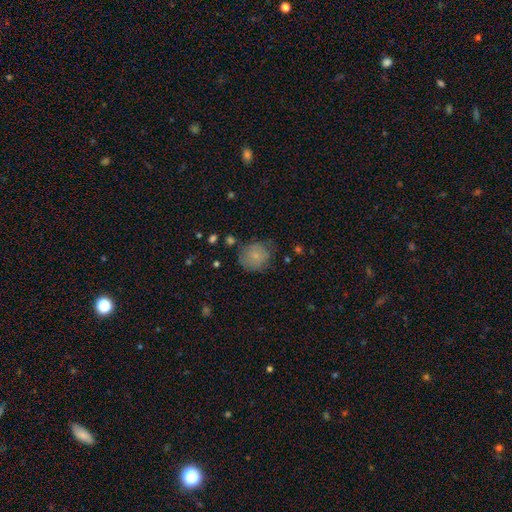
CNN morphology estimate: Smooth or featured? smooth (77%)
How rounded? round (83%)
Merging? none (67%)